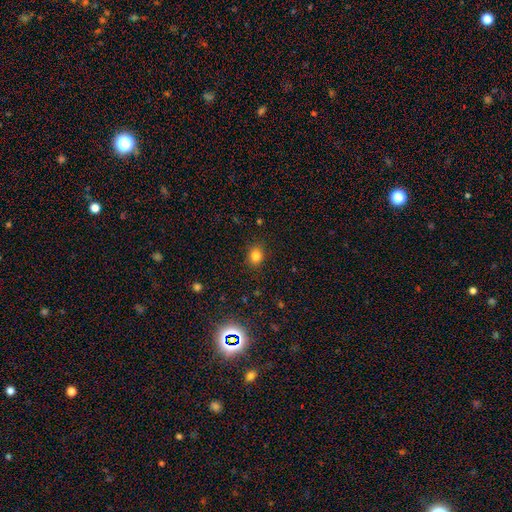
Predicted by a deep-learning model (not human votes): Smooth or featured? smooth (82%)
How rounded? in between (51%)
Merging? none (86%)